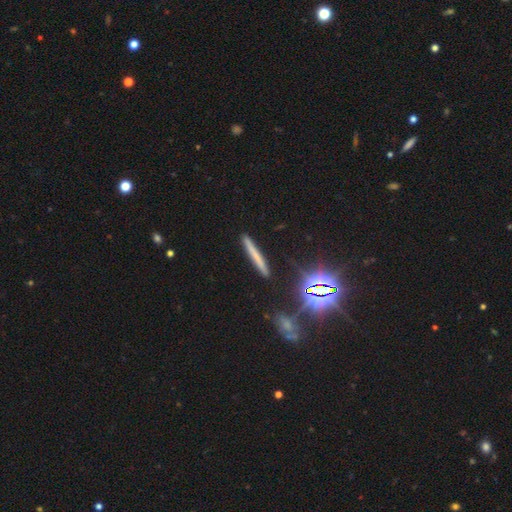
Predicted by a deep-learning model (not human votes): This appears to be a smooth galaxy with no disk features (57%) that is cigar-shaped (95%). Merging: none (89%).